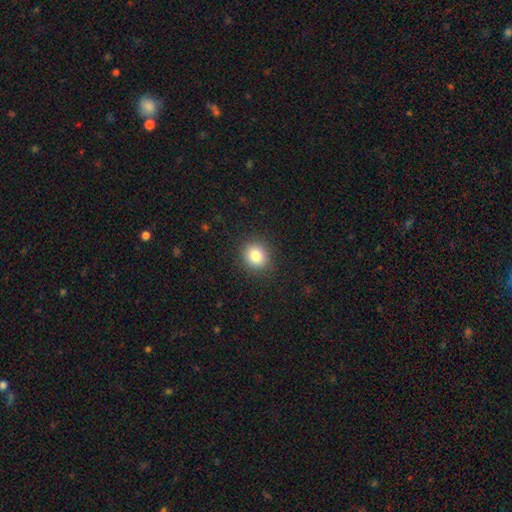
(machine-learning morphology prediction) Overall: smooth (85%). How rounded: round (82%). Merging: none (90%).